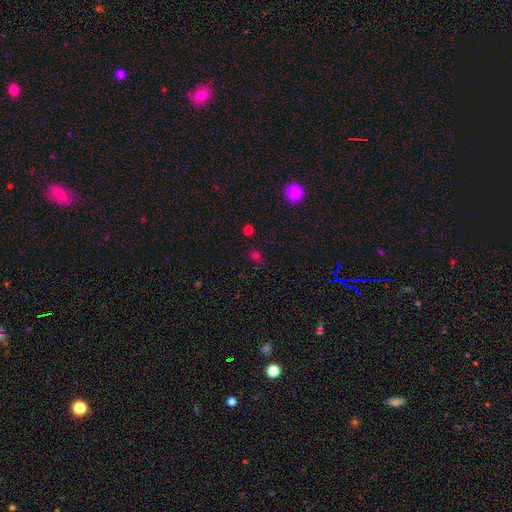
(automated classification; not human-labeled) The model was most divided on "smooth or featured": smooth: 59%, star or artifact: 35%, featured or disk: 6%. More confident: merging — none (74%); how rounded — round (73%).